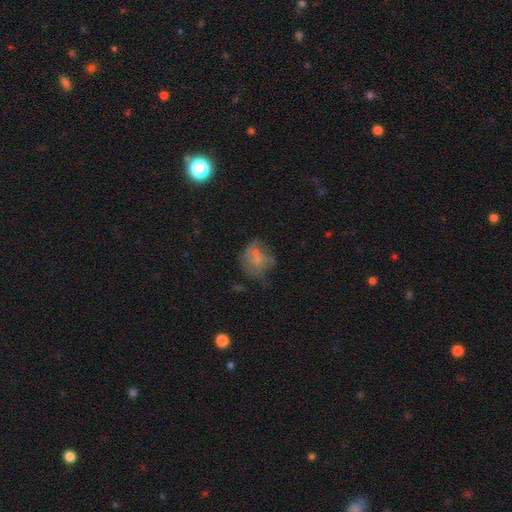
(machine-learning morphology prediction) smooth_or_featured: smooth (p=0.42) [alt: featured or disk p=0.37]
merging: none (p=0.44) [alt: minor disturbance p=0.24]